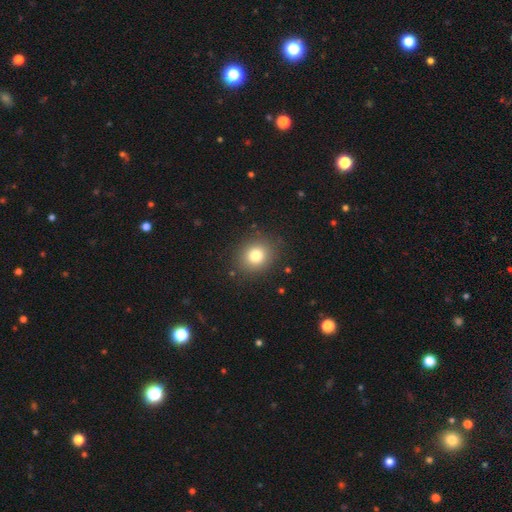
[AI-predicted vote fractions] Smooth or featured? Predicted: smooth (p=0.79). How rounded? Predicted: round (p=0.79). Merging? Predicted: none (p=0.88).